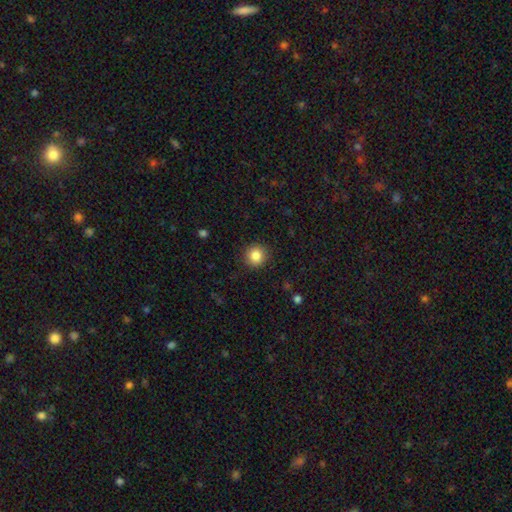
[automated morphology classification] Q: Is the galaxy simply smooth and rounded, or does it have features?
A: smooth — 85%.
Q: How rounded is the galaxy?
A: round — 92%.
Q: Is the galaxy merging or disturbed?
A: none — 90%.